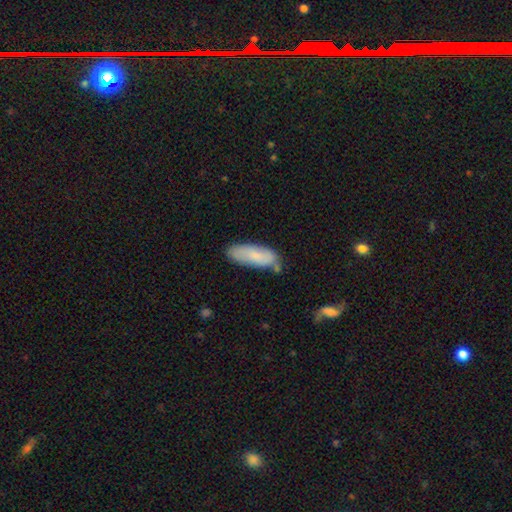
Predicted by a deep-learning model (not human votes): smooth 78%, featured or disk 15%, star or artifact 6%. Down the decision tree: how rounded — in between (68%); merging — none (68%).